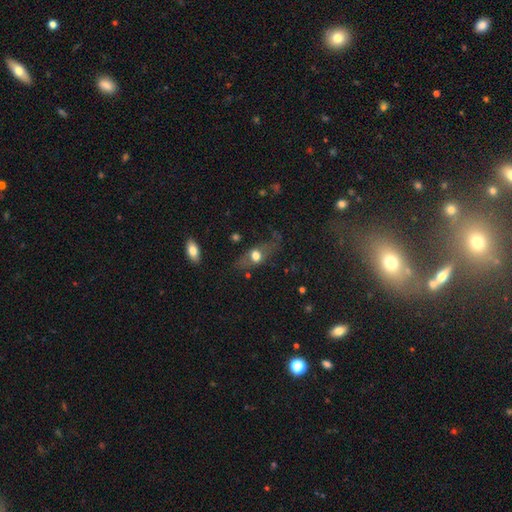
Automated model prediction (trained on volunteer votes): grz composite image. It shows a smooth galaxy with no disk features (56%) that is in between round and cigar-shaped (61%). Merging: none (60%).